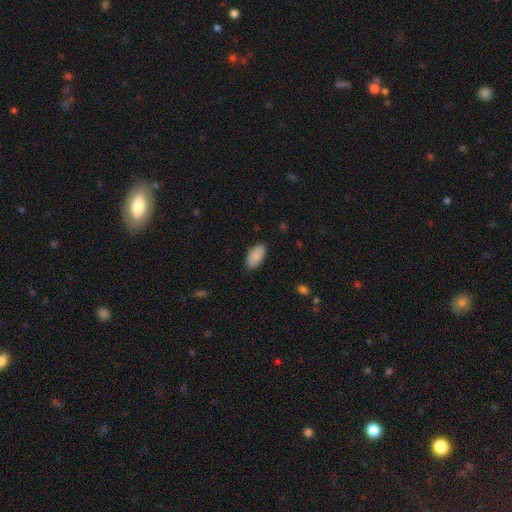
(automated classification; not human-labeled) Smooth or featured? smooth (89%)
How rounded? in between (94%)
Merging? none (88%)